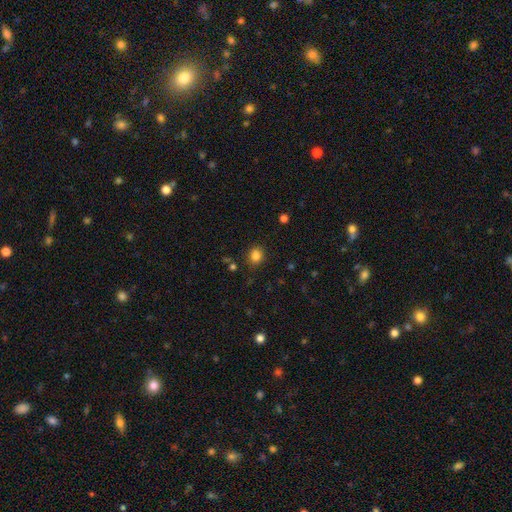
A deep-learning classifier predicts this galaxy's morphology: smooth_or_featured: smooth (p=0.84) [alt: star or artifact p=0.12]
how_rounded: round (p=0.68) [alt: in between p=0.31]
merging: none (p=0.87) [alt: minor disturbance p=0.09]